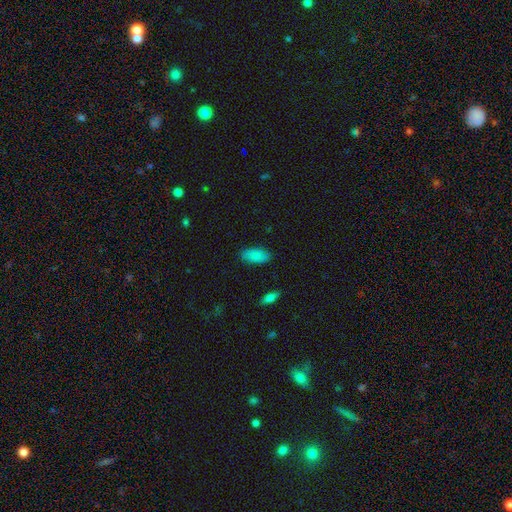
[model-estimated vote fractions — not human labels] Smooth or featured? Predicted: smooth (p=0.88). How rounded? Predicted: in between (p=0.91). Merging? Predicted: none (p=0.87).